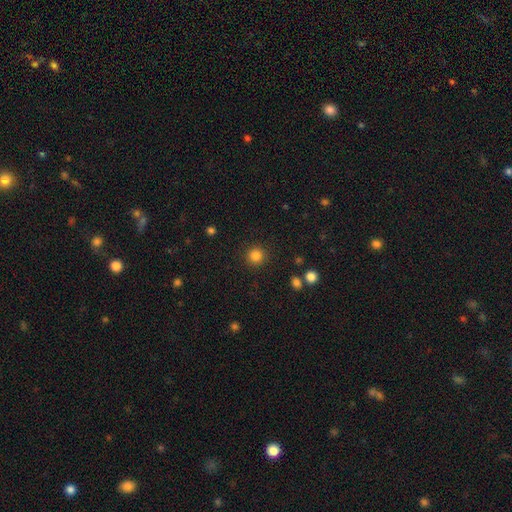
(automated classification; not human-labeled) Overall: smooth (84%). How rounded: round (94%). Merging: none (91%).